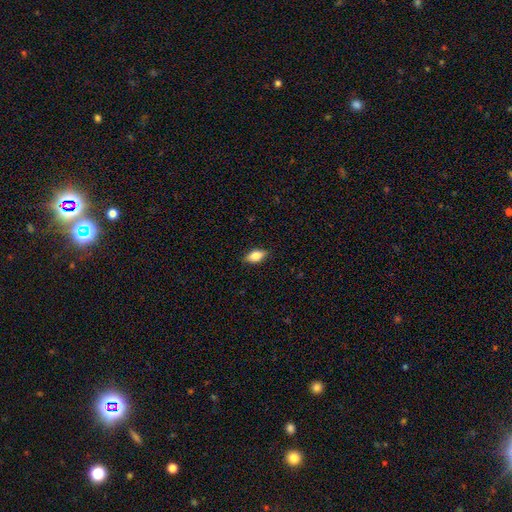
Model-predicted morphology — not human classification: A smooth galaxy with no disk features (78%) that is in between round and cigar-shaped (87%). Merging: none (86%).